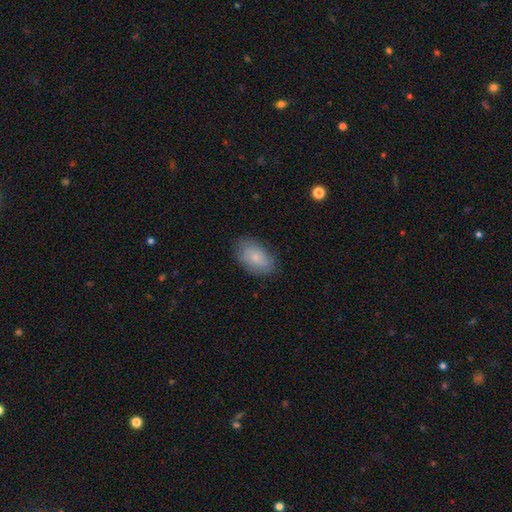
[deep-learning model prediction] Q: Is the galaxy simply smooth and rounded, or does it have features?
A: smooth — 75%.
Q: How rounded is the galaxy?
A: in between — 91%.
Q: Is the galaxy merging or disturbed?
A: none — 80%.